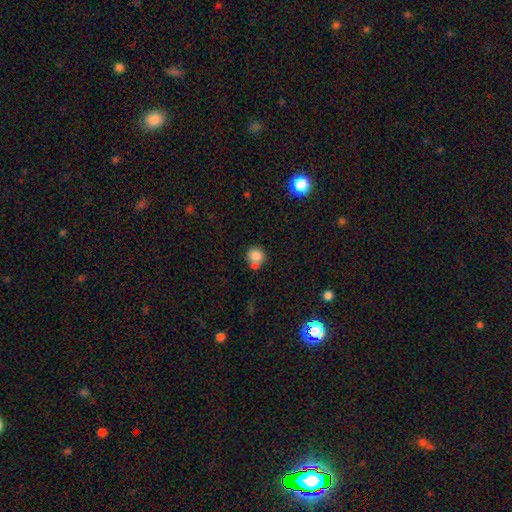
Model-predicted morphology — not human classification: Smooth or featured?
  - smooth: 80% *
  - star or artifact: 11%
  - featured or disk: 9%
How rounded?
  - round: 79% *
  - in between: 20%
  - cigar-shaped: 1%
Merging?
  - none: 50% *
  - merger: 35%
  - minor disturbance: 12%
  - major disturbance: 4%